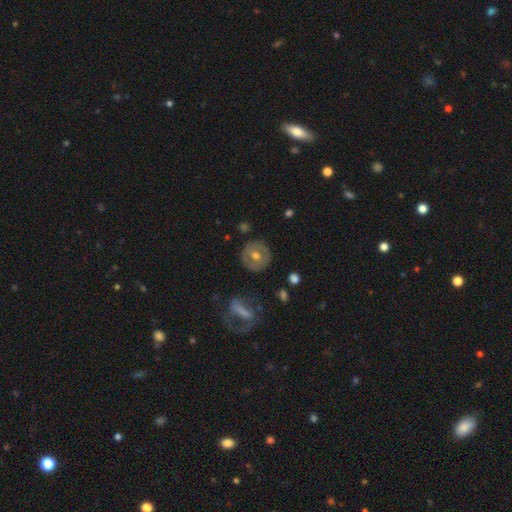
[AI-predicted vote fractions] Q: Smooth or featured?
A: smooth (46%); runner-up: featured or disk (45%)
Q: Merging?
A: none (85%); runner-up: minor disturbance (9%)